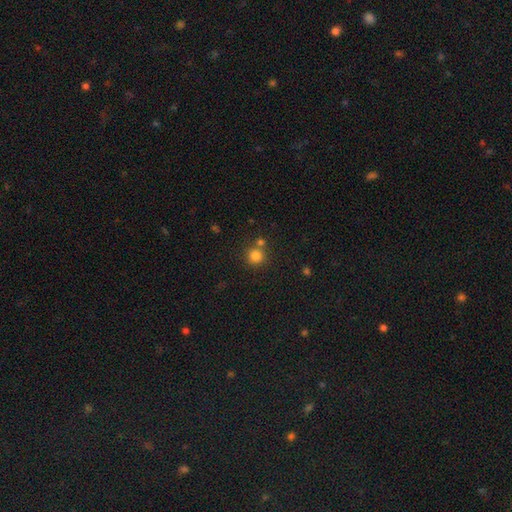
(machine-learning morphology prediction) This is clearly a smooth galaxy (82%). How rounded: clearly round (93%). Merging: likely none (71%).